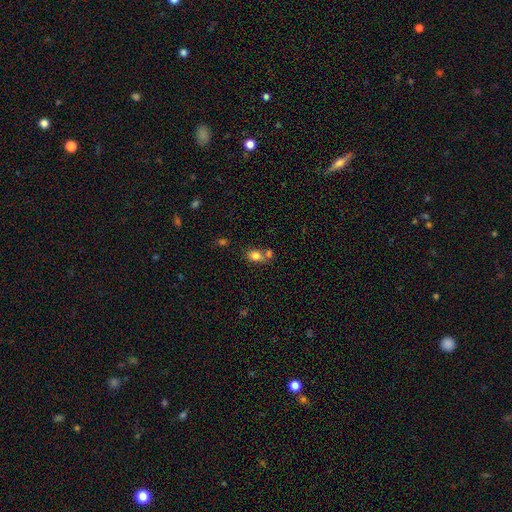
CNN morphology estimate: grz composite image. It shows a smooth galaxy with no disk features (80%) that is in between round and cigar-shaped (72%). Merging: none (46%).